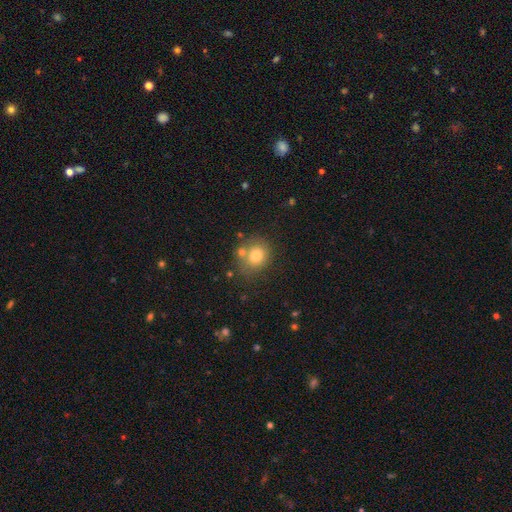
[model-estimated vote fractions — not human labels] This is likely a smooth galaxy (76%). How rounded: likely round (72%). Merging: likely none (63%).